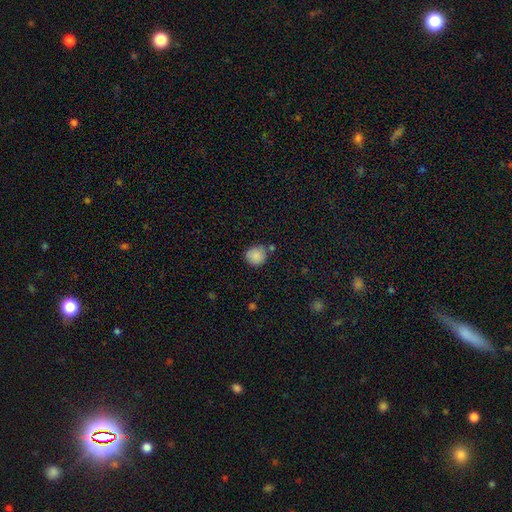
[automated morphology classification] Smooth or featured? smooth (88%)
How rounded? round (88%)
Merging? none (73%)